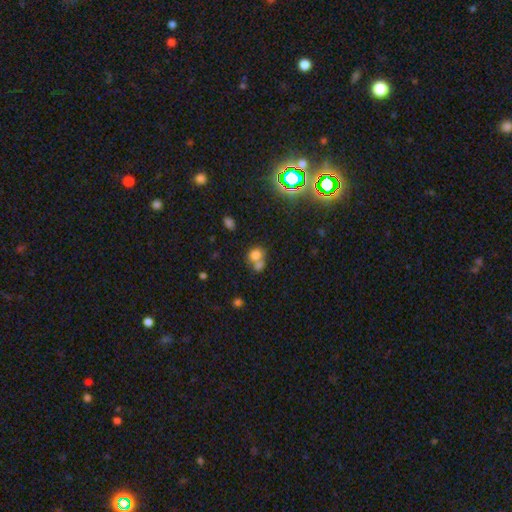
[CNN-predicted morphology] The model was most divided on "merging": merger: 55%, none: 33%, minor disturbance: 7%, major disturbance: 4%. More confident: smooth or featured — smooth (73%); how rounded — round (64%).